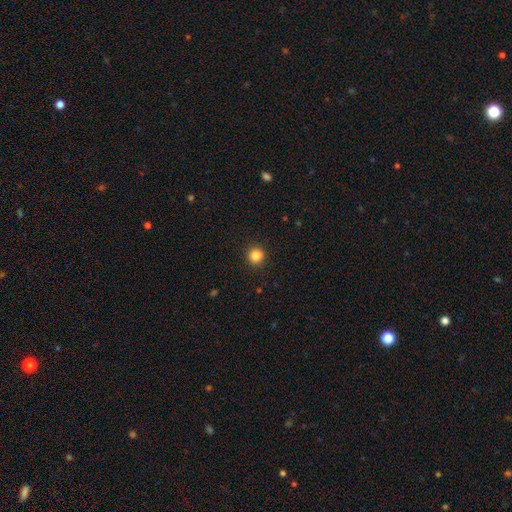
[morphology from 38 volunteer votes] type=smooth (84%); roundness=round (91%); merging=none (97%).